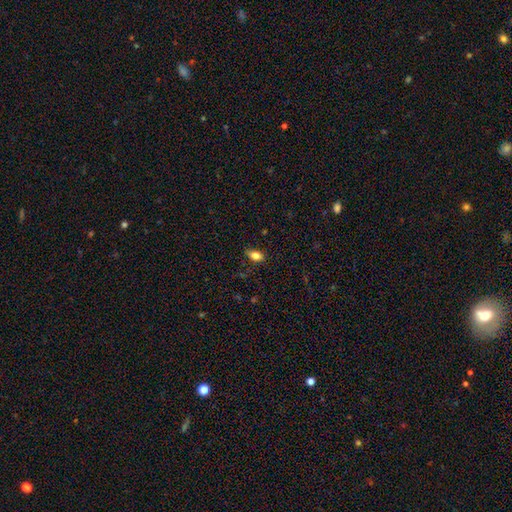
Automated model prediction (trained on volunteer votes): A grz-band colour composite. It shows a smooth galaxy with no disk features (80%) that is in between round and cigar-shaped (83%). Merging: none (80%).